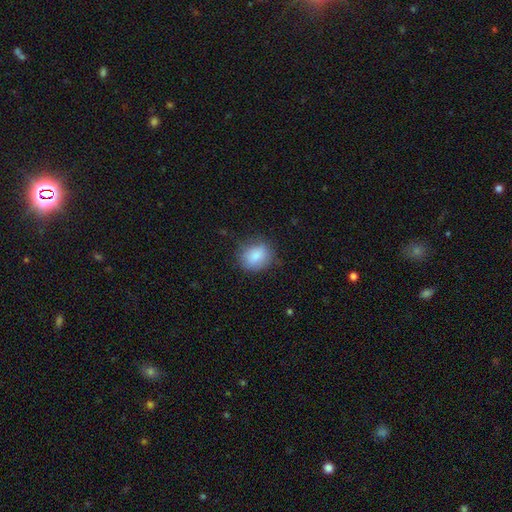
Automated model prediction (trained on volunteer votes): smooth 86%, star or artifact 8%, featured or disk 6%. Down the decision tree: how rounded — in between (53%); merging — none (76%).